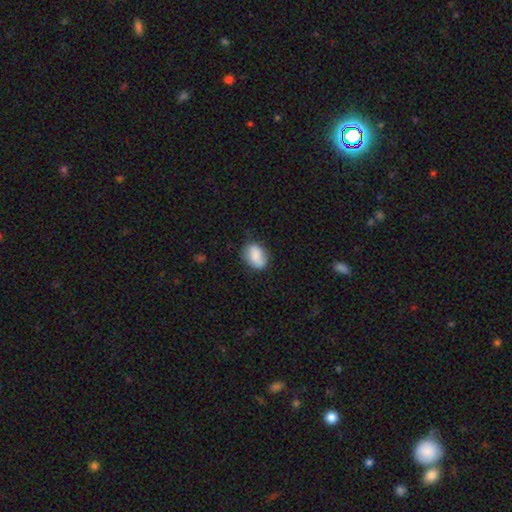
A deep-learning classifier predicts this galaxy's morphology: A smooth galaxy with no disk features (81%) that is in between round and cigar-shaped (75%).

Vote fractions:
- Smooth or featured? smooth: 81% / featured or disk: 12% / star or artifact: 7%
- How rounded? in between: 75% / round: 23% / cigar-shaped: 2%
- Merging? none: 68% / minor disturbance: 24% / major disturbance: 6% / merger: 2%